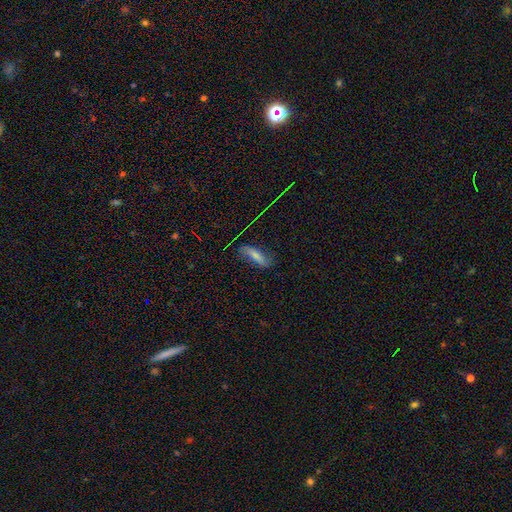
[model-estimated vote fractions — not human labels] smooth_or_featured: smooth (p=0.63) [alt: featured or disk p=0.25]
how_rounded: cigar-shaped (p=0.52) [alt: in between p=0.45]
merging: none (p=0.69) [alt: minor disturbance p=0.22]